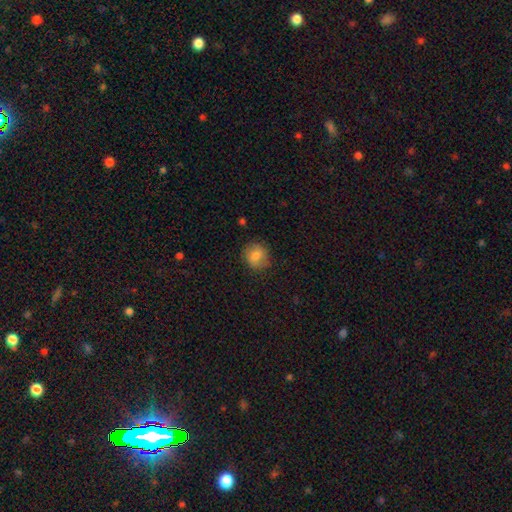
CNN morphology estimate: This is likely a smooth galaxy (73%). How rounded: clearly round (82%). Merging: likely none (80%).